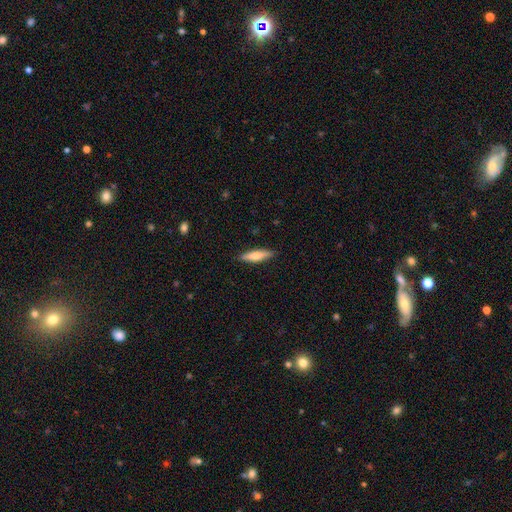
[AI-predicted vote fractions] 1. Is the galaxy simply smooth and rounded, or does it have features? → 67% smooth, 27% featured or disk, 6% star or artifact.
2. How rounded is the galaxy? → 77% cigar-shaped, 21% in between, 2% round.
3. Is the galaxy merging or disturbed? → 88% none, 9% minor disturbance, 2% major disturbance, 1% merger.